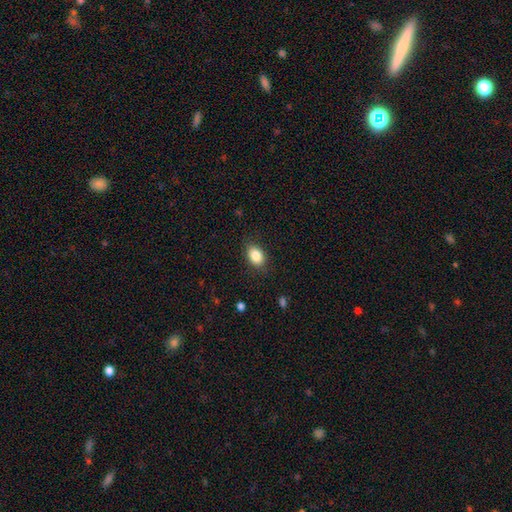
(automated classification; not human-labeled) Smooth or featured? smooth (86%)
How rounded? in between (81%)
Merging? none (85%)